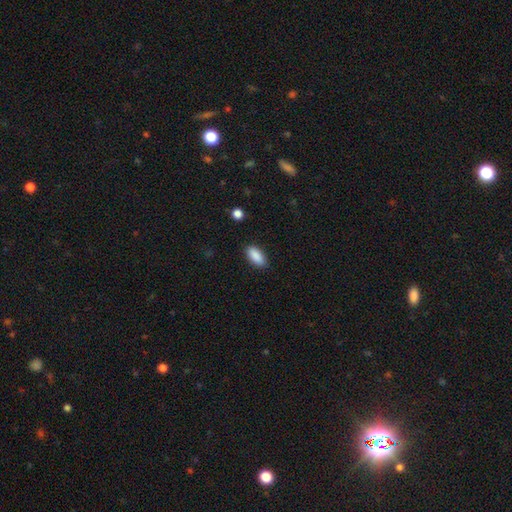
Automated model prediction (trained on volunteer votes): Overall: smooth (89%). How rounded: in between (86%). Merging: none (88%).